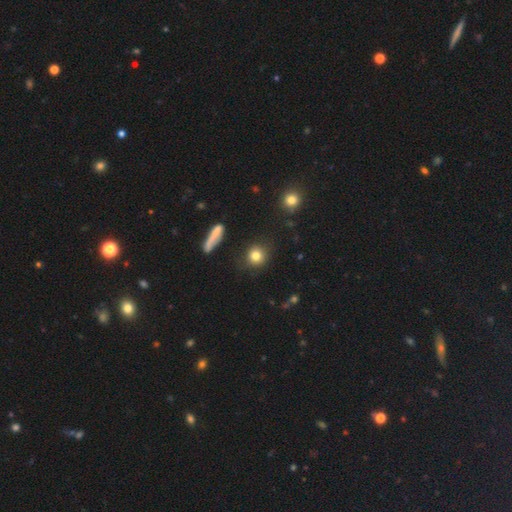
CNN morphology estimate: type=smooth (82%); roundness=round (87%); merging=none (84%).